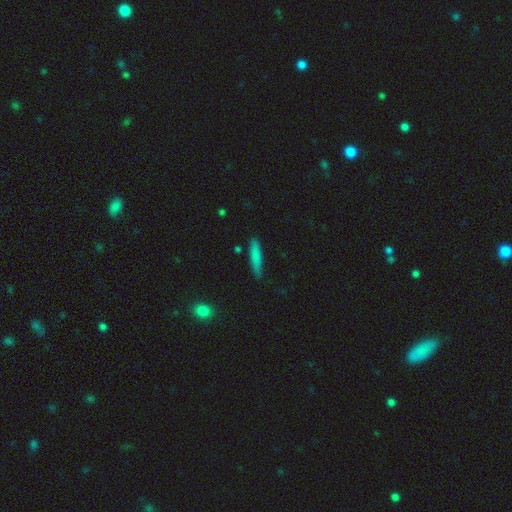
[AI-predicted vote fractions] Q: Smooth or featured?
A: smooth (79%); runner-up: featured or disk (14%)
Q: How rounded?
A: cigar-shaped (87%); runner-up: in between (12%)
Q: Merging?
A: none (84%); runner-up: minor disturbance (12%)